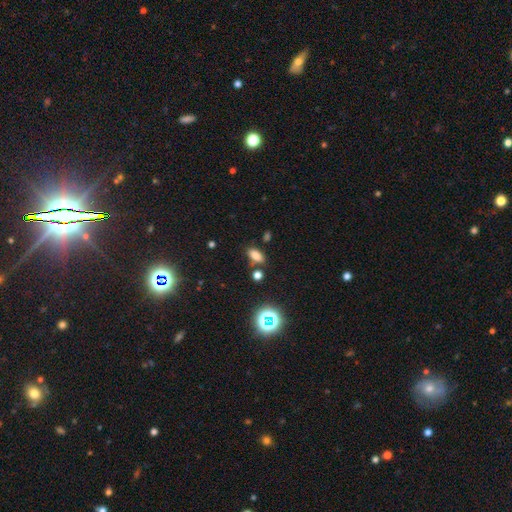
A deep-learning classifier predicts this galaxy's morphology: A smooth galaxy with no disk features (75%) that is in between round and cigar-shaped (87%).

Vote fractions:
- Smooth or featured? smooth: 75% / star or artifact: 18% / featured or disk: 7%
- How rounded? in between: 87% / round: 8% / cigar-shaped: 5%
- Merging? none: 75% / minor disturbance: 12% / merger: 9% / major disturbance: 4%